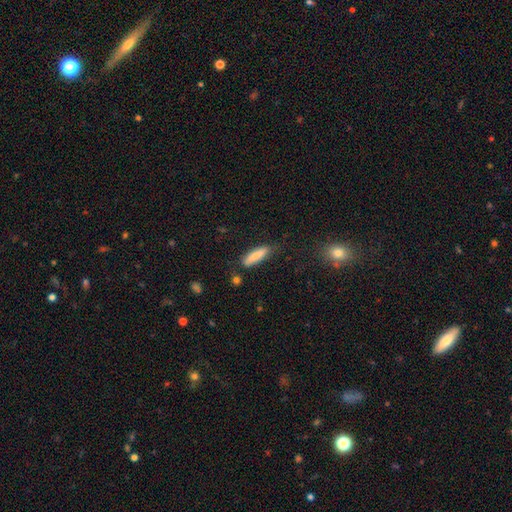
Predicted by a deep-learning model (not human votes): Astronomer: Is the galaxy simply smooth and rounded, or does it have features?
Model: smooth — 83%.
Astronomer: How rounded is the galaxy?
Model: cigar-shaped — 68%.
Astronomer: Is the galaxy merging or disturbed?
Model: none — 76%.